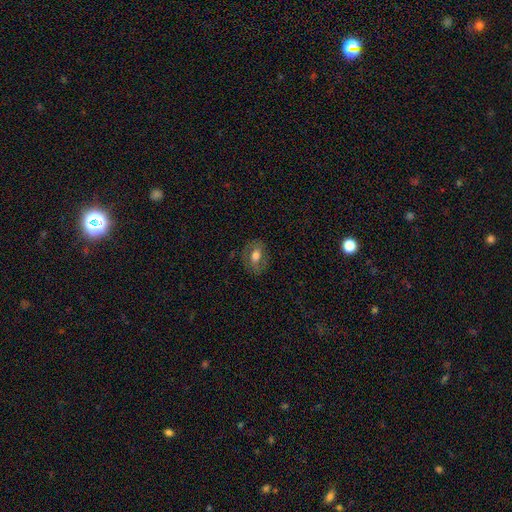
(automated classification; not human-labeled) This is possibly a smooth galaxy (58%). How rounded: likely in between (73%). Merging: likely none (75%).